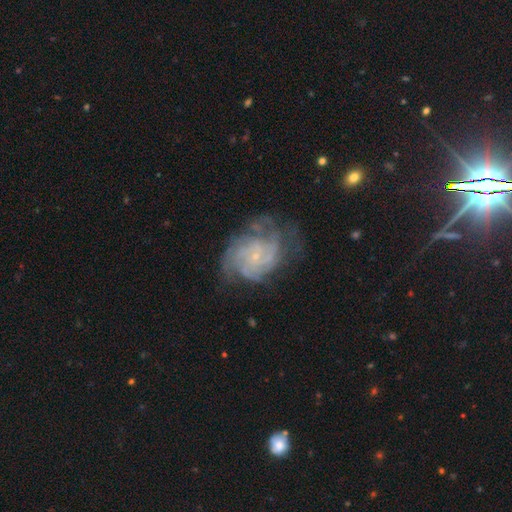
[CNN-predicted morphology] featured or disk 81%, smooth 11%, star or artifact 8%. Down the decision tree: edge-on disk — no (97%); bar — no (75%); spiral arms — yes (92%); spiral arm count — can't tell (36%); spiral winding — tight (56%); bulge size — small (83%); merging — none (59%).